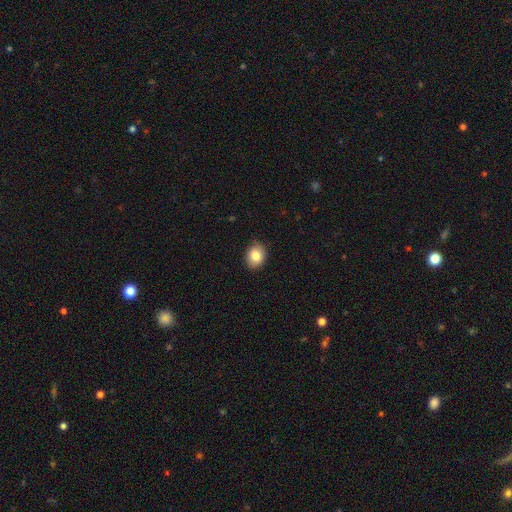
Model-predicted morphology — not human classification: Smooth or featured? smooth (82%)
How rounded? in between (52%)
Merging? none (87%)